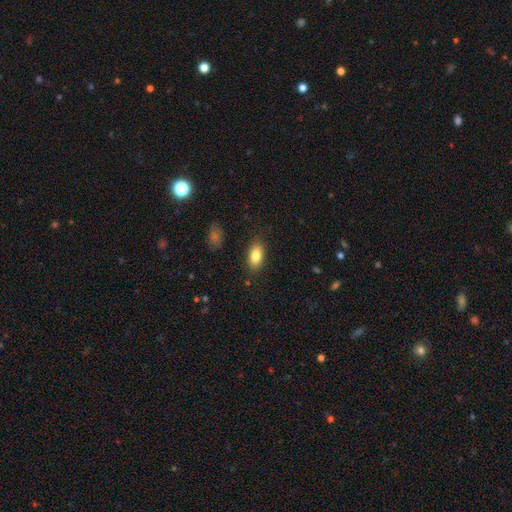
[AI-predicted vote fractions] This is clearly a smooth galaxy (83%). How rounded: clearly in between (89%). Merging: clearly none (85%).